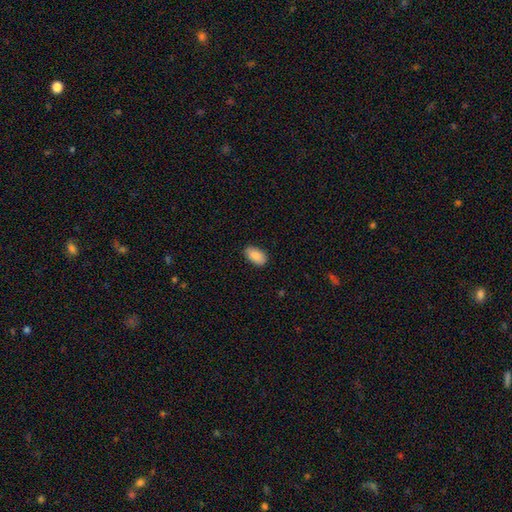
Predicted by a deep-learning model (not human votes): smooth_or_featured: smooth (p=0.87) [alt: star or artifact p=0.07]
how_rounded: in between (p=0.94) [alt: round p=0.04]
merging: none (p=0.87) [alt: minor disturbance p=0.10]